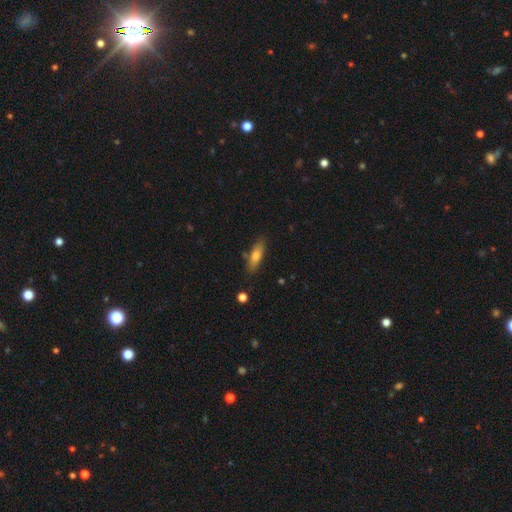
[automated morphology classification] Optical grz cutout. It shows a smooth galaxy with no disk features (73%) that is in between round and cigar-shaped (49%, tied with cigar-shaped). Merging: none (79%).